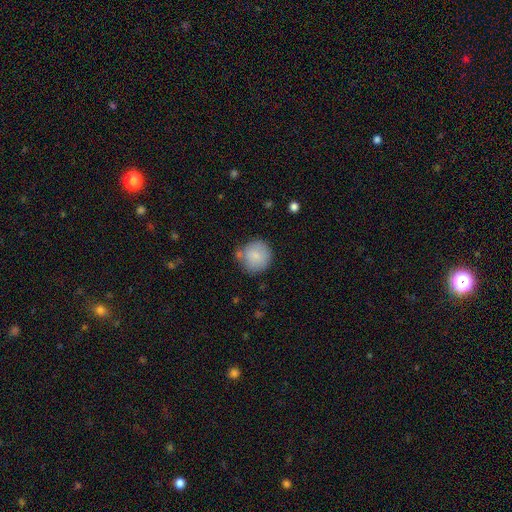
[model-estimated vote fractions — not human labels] This is clearly a smooth galaxy (85%). How rounded: clearly round (92%). Merging: likely none (69%).